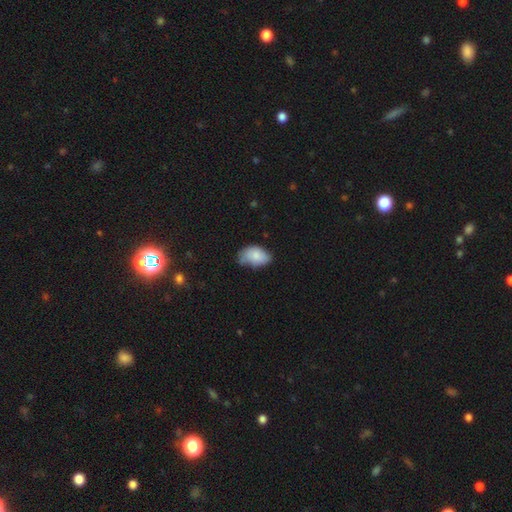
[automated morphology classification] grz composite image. It shows a smooth galaxy with no disk features (80%) that is in between round and cigar-shaped (91%). Merging: none (45%).